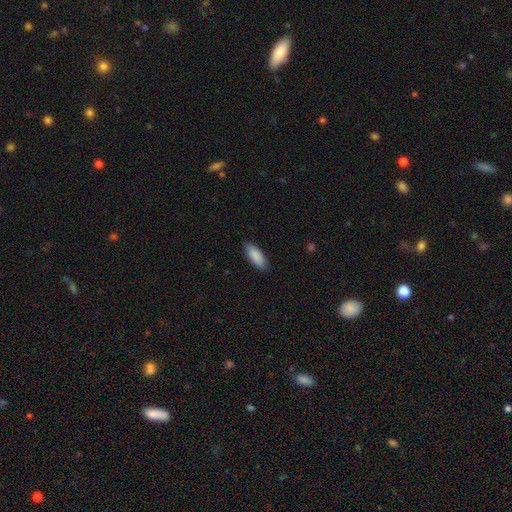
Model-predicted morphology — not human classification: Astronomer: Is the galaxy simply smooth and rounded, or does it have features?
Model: smooth — 90%.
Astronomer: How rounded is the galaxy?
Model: in between — 75%.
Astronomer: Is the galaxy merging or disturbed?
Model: none — 88%.